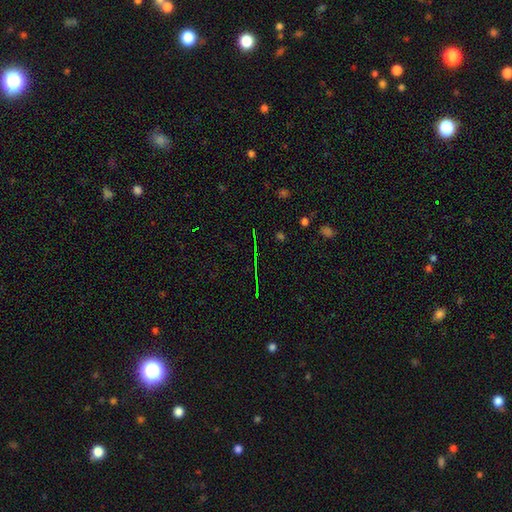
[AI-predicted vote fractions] Smooth or featured?
  - star or artifact: 70% *
  - featured or disk: 15%
  - smooth: 15%